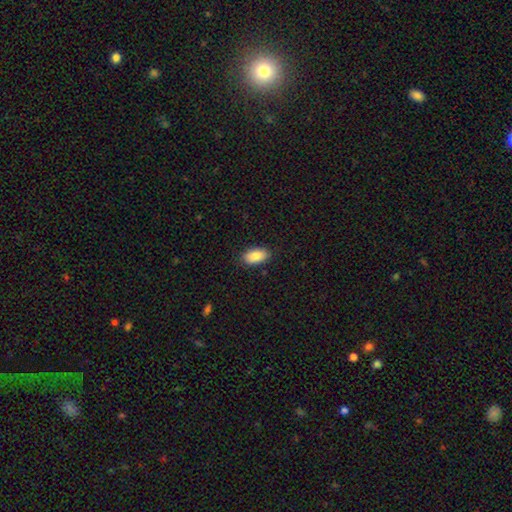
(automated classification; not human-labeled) Smooth or featured: smooth — 84% (featured or disk — 9%)
How rounded: in between — 94% (round — 4%)
Merging: none — 86% (minor disturbance — 11%)